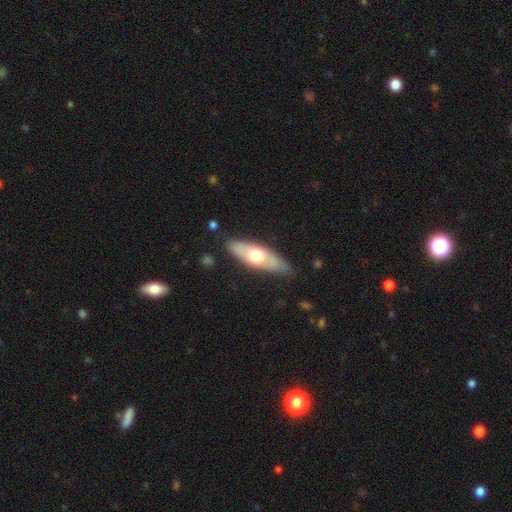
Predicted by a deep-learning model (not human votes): Overall: smooth (51%; featured or disk 43%). How rounded: in between (55%; cigar-shaped 42%). Merging: none (81%).